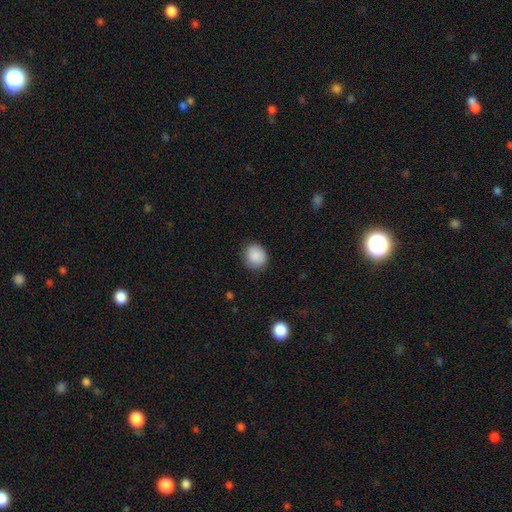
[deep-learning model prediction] Smooth or featured? Predicted: smooth (p=0.89). How rounded? Predicted: round (p=0.74). Merging? Predicted: none (p=0.84).